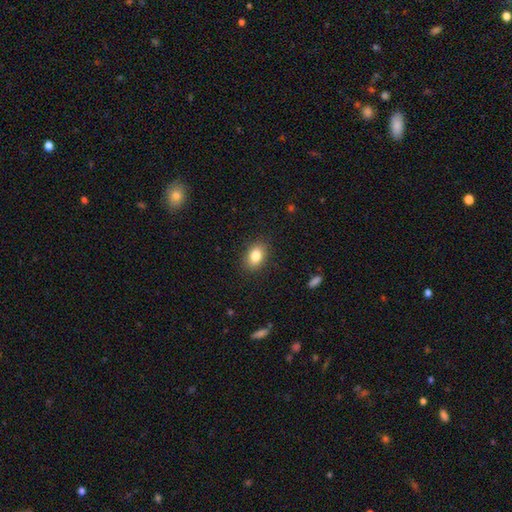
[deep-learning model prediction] A smooth galaxy with no disk features (84%) that is in between round and cigar-shaped (79%).

Vote fractions:
- Smooth or featured? smooth: 84% / star or artifact: 9% / featured or disk: 7%
- How rounded? in between: 79% / round: 20% / cigar-shaped: 1%
- Merging? none: 88% / minor disturbance: 9% / major disturbance: 2% / merger: 1%